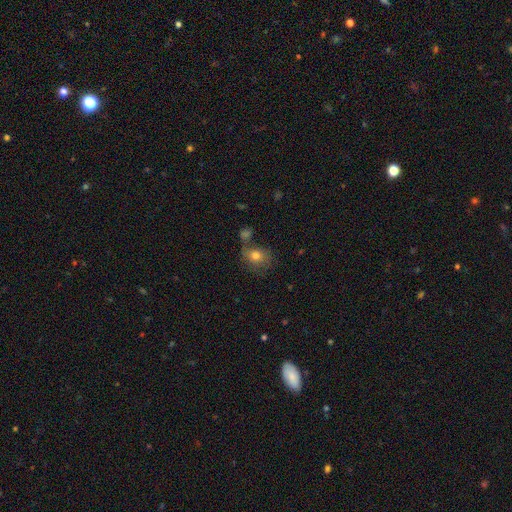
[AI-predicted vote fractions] Smooth or featured: smooth — 74% (featured or disk — 16%)
How rounded: round — 59% (in between — 39%)
Merging: none — 51% (minor disturbance — 19%)